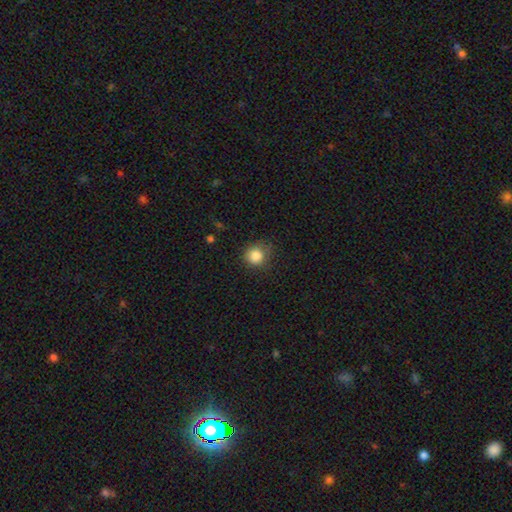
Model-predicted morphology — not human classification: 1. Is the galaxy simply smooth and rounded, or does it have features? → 85% smooth, 11% star or artifact, 5% featured or disk.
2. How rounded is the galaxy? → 89% round, 10% in between, 1% cigar-shaped.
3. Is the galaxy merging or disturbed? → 74% none, 19% minor disturbance, 5% major disturbance, 1% merger.